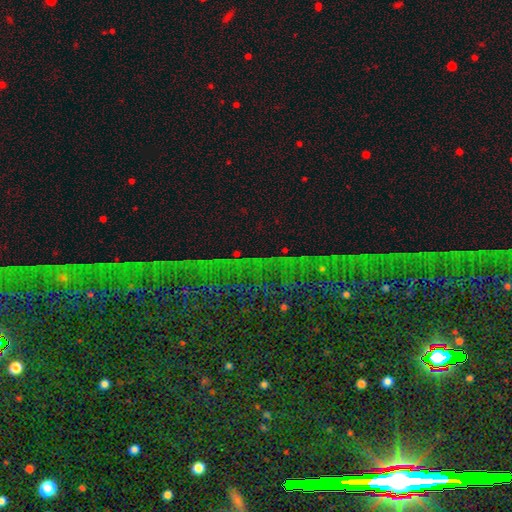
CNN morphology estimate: smooth-or-featured: star or artifact: 84% | featured or disk: 8% | smooth: 7%